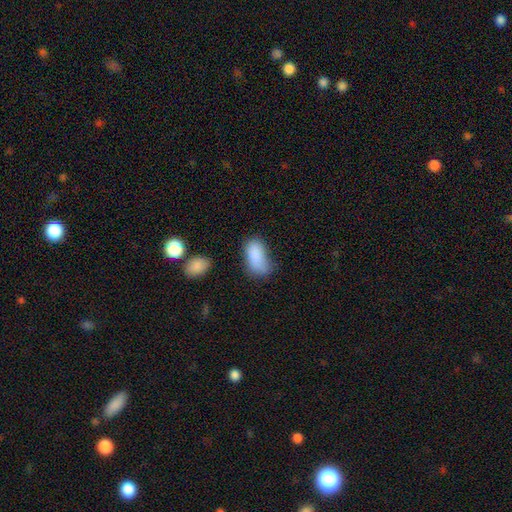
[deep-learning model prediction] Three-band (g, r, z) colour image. It shows a smooth galaxy with no disk features (85%) that is in between round and cigar-shaped (93%). Merging: none (46%).